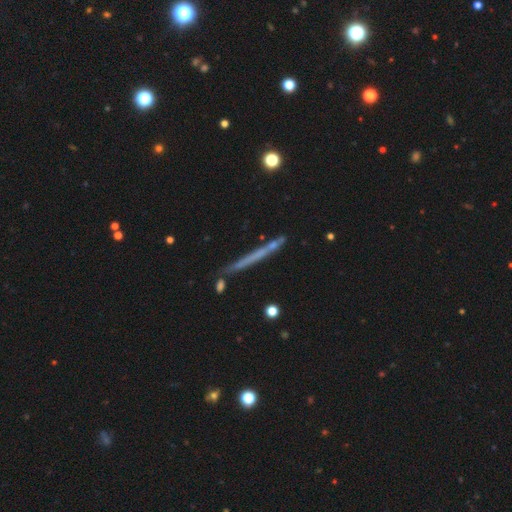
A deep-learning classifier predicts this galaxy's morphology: This appears to be a featured or disk galaxy (50%). Merging: none (83%).